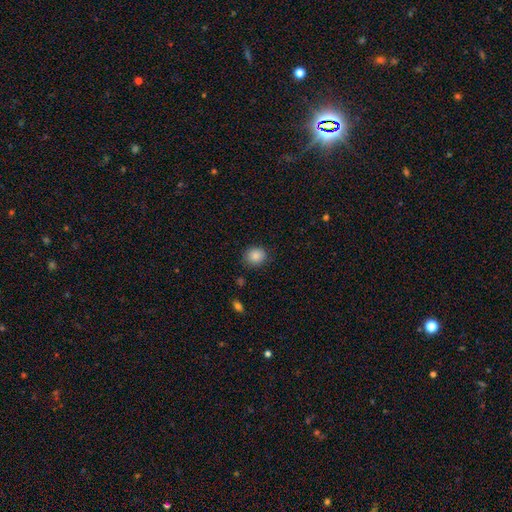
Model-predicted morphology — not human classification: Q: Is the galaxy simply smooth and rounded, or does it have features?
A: smooth — 86%.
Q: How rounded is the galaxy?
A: round — 71%.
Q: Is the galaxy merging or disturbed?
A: none — 83%.